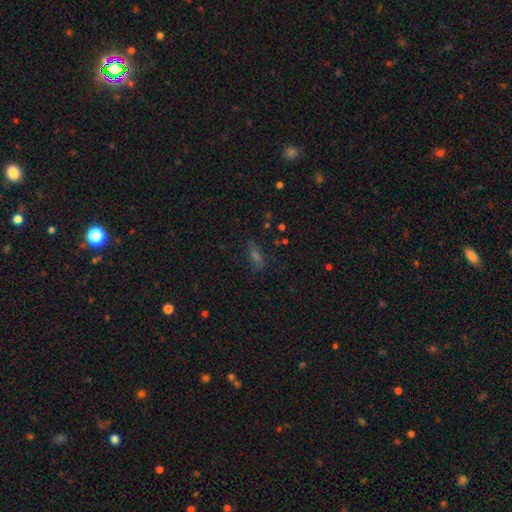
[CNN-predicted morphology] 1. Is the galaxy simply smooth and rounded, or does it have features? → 48% smooth, 32% star or artifact, 20% featured or disk.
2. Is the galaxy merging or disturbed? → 78% none, 14% minor disturbance, 5% major disturbance, 3% merger.